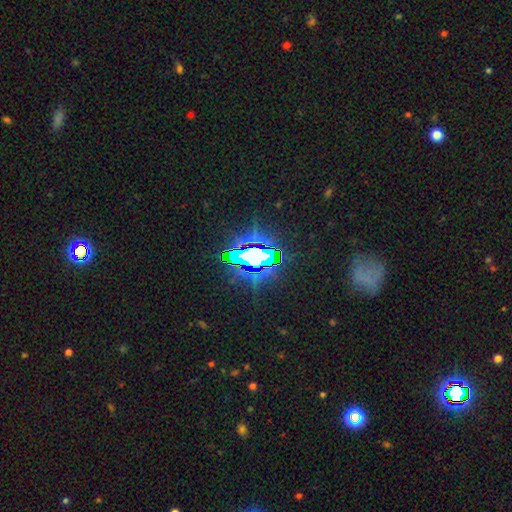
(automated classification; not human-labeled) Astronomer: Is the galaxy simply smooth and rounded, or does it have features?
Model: star or artifact — 76%.